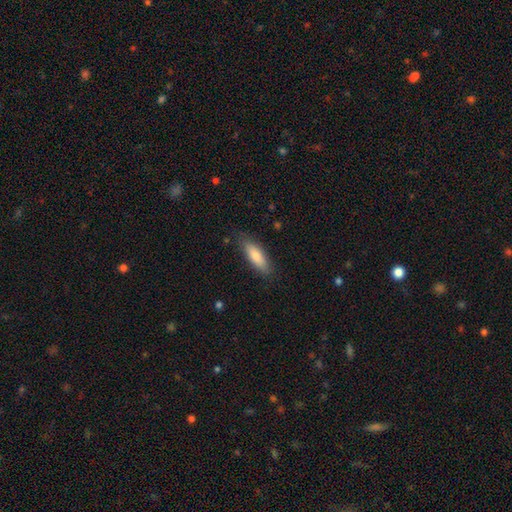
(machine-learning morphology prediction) smooth_or_featured: smooth (p=0.79) [alt: featured or disk p=0.15]
how_rounded: in between (p=0.51) [alt: cigar-shaped p=0.47]
merging: none (p=0.83) [alt: minor disturbance p=0.13]